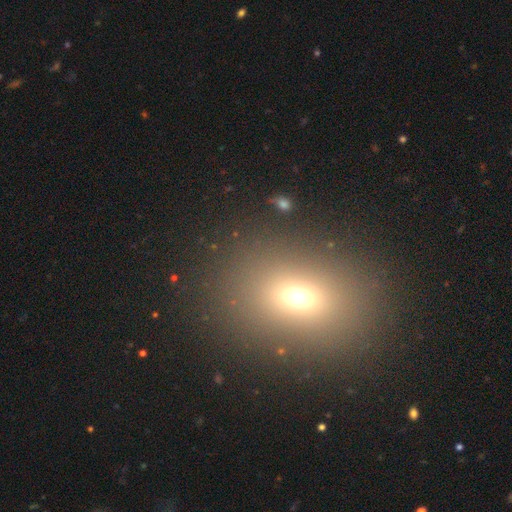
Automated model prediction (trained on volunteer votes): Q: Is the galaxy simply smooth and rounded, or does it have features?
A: smooth — 63%.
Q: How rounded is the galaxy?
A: in between — 60%.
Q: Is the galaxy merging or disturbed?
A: none — 86%.